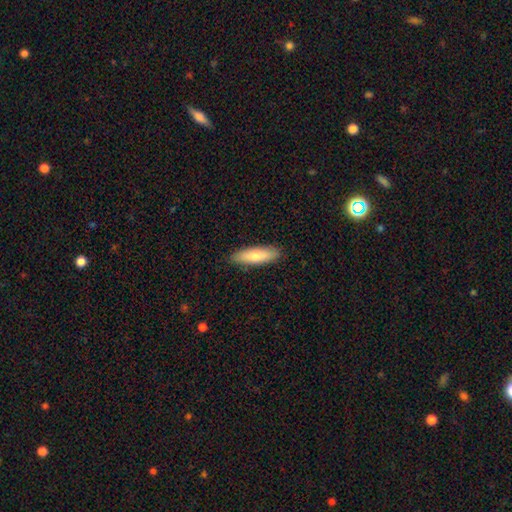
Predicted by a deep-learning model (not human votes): Q: Smooth or featured?
A: smooth (78%); runner-up: featured or disk (16%)
Q: How rounded?
A: cigar-shaped (55%); runner-up: in between (43%)
Q: Merging?
A: none (88%); runner-up: minor disturbance (9%)